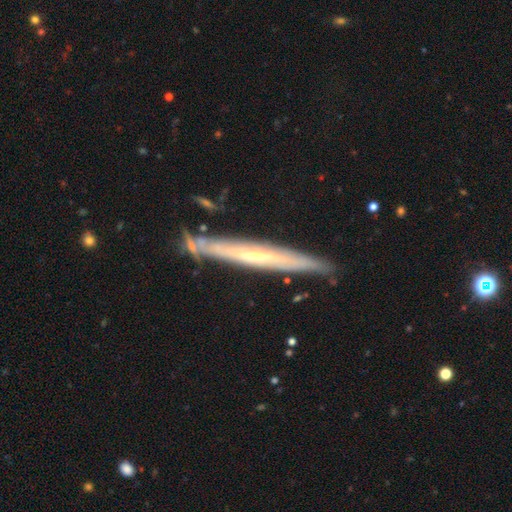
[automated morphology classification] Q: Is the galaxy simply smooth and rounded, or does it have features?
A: featured or disk — 70%.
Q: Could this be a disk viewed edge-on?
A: yes — 89%.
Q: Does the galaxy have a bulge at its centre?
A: none — 63%.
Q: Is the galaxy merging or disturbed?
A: none — 83%.